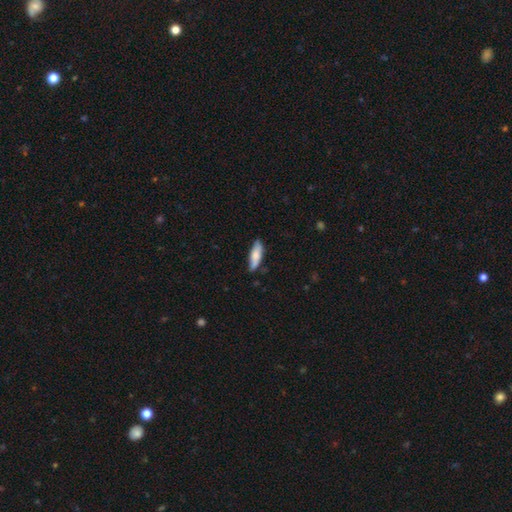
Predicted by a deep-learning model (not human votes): smooth_or_featured: smooth (p=0.75) [alt: featured or disk p=0.20]
how_rounded: cigar-shaped (p=0.51) [alt: in between p=0.47]
merging: none (p=0.76) [alt: minor disturbance p=0.19]